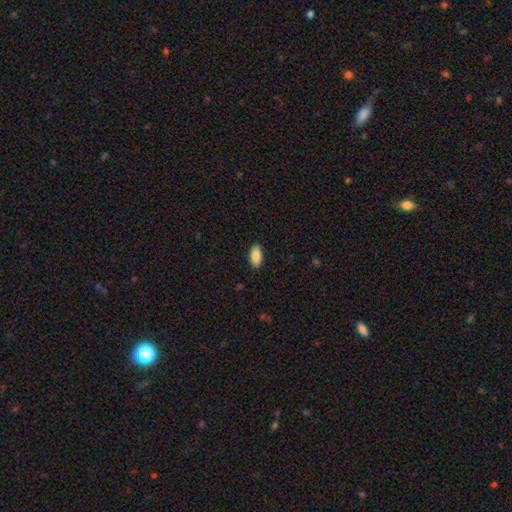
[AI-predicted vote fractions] smooth 86%, featured or disk 7%, star or artifact 7%. Down the decision tree: how rounded — in between (93%); merging — none (89%).